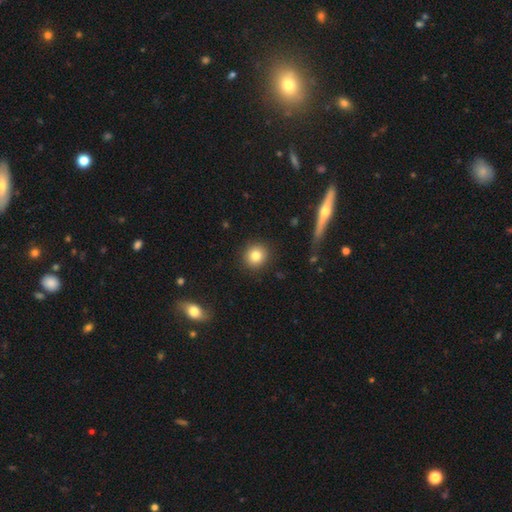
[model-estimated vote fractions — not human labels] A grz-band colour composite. It shows a smooth galaxy with no disk features (82%) that is round (91%). Merging: none (91%).